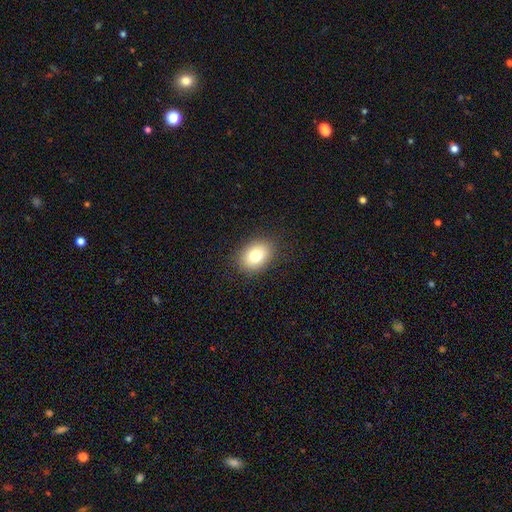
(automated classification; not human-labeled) Morphology: type=smooth (80%); roundness=in between (71%); merging=none (87%).